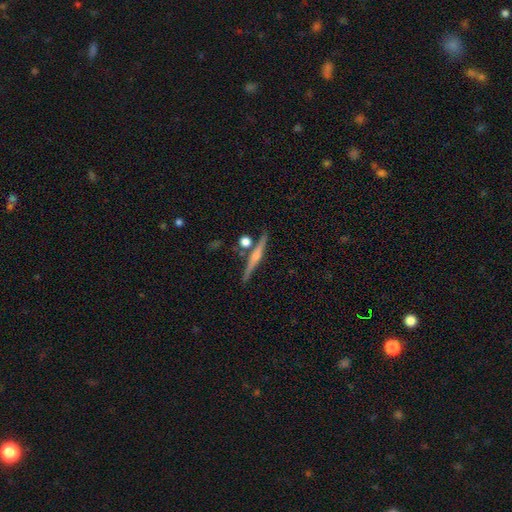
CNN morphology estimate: Smooth or featured?
  - featured or disk: 69% *
  - smooth: 23%
  - star or artifact: 7%
Edge-on disk?
  - yes: 97% *
  - no: 3%
Edge-on bulge?
  - rounded: 79% *
  - none: 13%
  - boxy: 8%
Merging?
  - none: 82% *
  - minor disturbance: 8%
  - merger: 8%
  - major disturbance: 2%